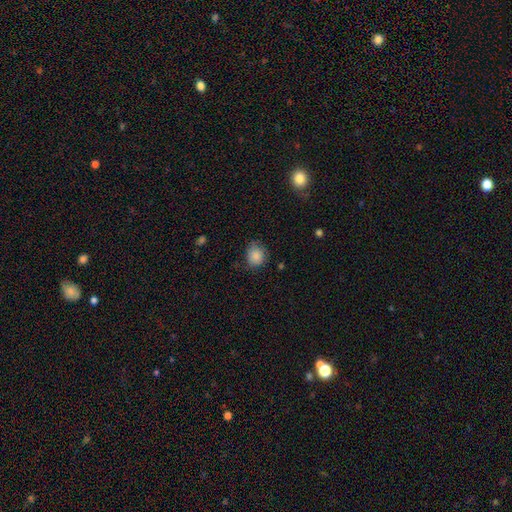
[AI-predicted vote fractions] The model was most divided on "how rounded": round: 74%, in between: 25%, cigar-shaped: 1%. More confident: smooth or featured — smooth (86%); merging — none (71%).